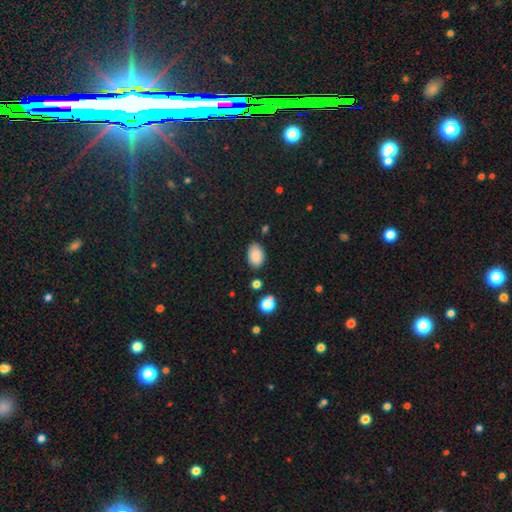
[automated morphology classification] smooth 87%, star or artifact 8%, featured or disk 4%. Down the decision tree: how rounded — in between (86%); merging — none (81%).